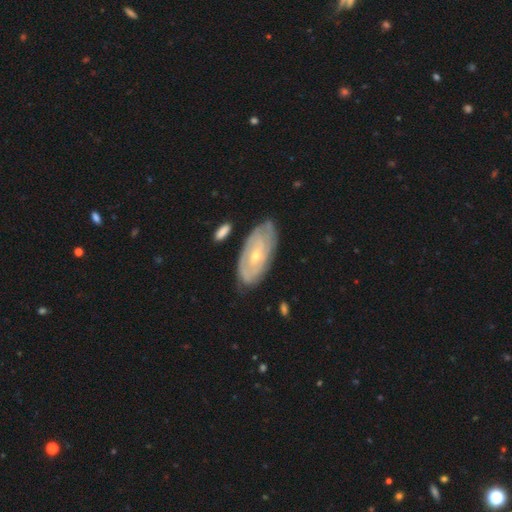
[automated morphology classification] The model was most divided on "spiral arm count": can't tell: 53%, 2: 27%, 3: 8%, 4: 5%, 1: 3%, more than 4: 3%. More confident: edge-on disk — no (92%); spiral arms — yes (82%); merging — none (76%); smooth or featured — featured or disk (75%); spiral winding — tight (74%); bar — no (62%); bulge size — small (62%).